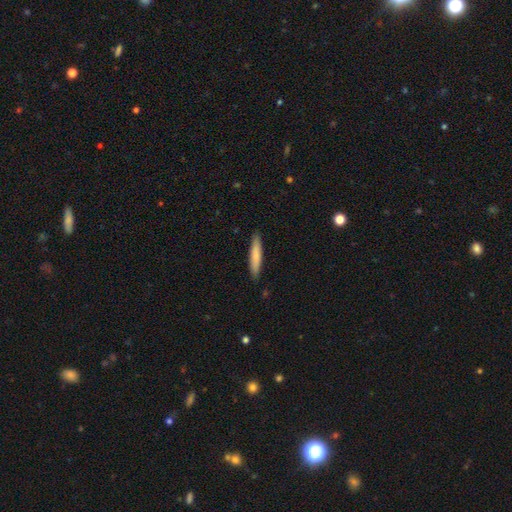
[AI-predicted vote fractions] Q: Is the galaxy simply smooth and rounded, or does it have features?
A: smooth — 79%.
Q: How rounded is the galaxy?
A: cigar-shaped — 91%.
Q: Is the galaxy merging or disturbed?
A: none — 90%.